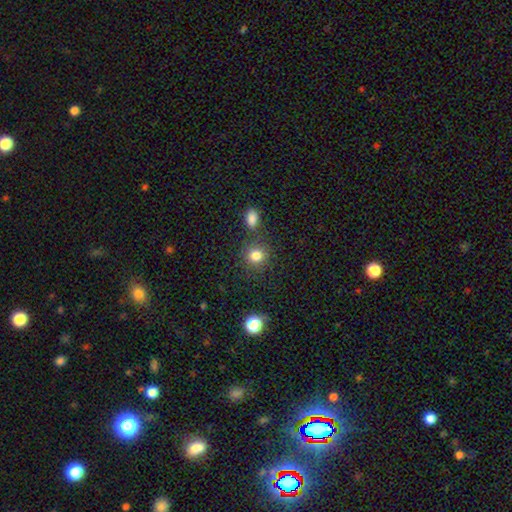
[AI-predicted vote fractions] A smooth galaxy with no disk features (82%) that is round (84%).

Vote fractions:
- Smooth or featured? smooth: 82% / star or artifact: 12% / featured or disk: 6%
- How rounded? round: 84% / in between: 15% / cigar-shaped: 1%
- Merging? none: 77% / minor disturbance: 10% / merger: 9% / major disturbance: 4%